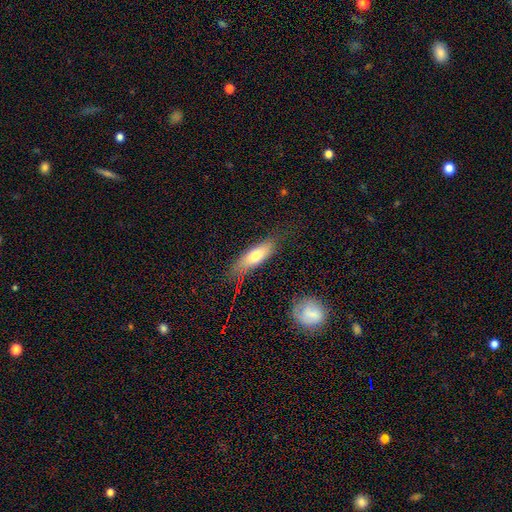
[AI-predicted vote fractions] Smooth or featured?
  - smooth: 68% *
  - featured or disk: 25%
  - star or artifact: 7%
How rounded?
  - in between: 56% *
  - cigar-shaped: 41%
  - round: 3%
Merging?
  - none: 70% *
  - minor disturbance: 20%
  - major disturbance: 7%
  - merger: 2%